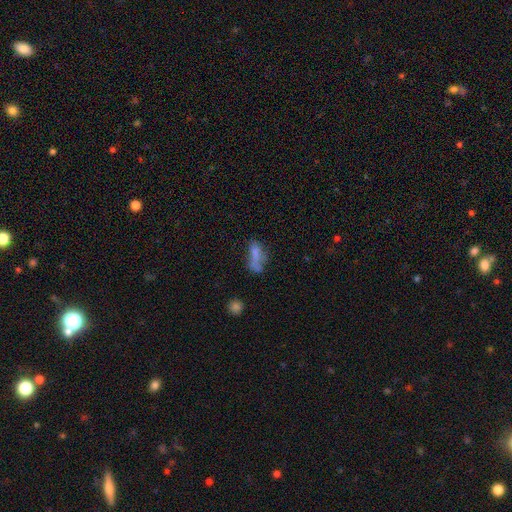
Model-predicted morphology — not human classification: type=smooth (64%); roundness=in between (70%); merging=none (33%).